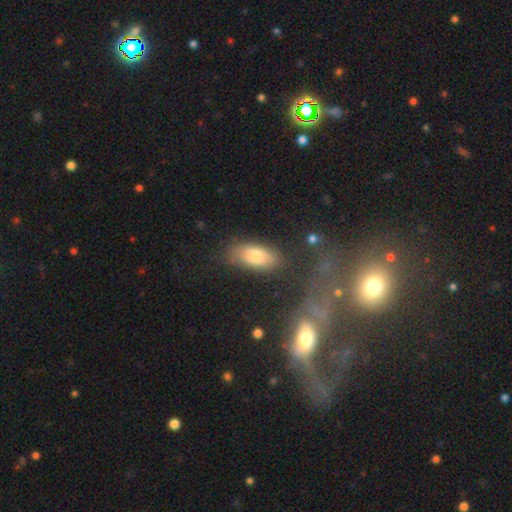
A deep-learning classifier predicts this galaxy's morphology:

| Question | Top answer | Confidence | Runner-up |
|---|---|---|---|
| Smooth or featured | smooth | 72% | featured or disk (19%) |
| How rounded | in between | 85% | cigar-shaped (12%) |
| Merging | none | 75% | minor disturbance (16%) |